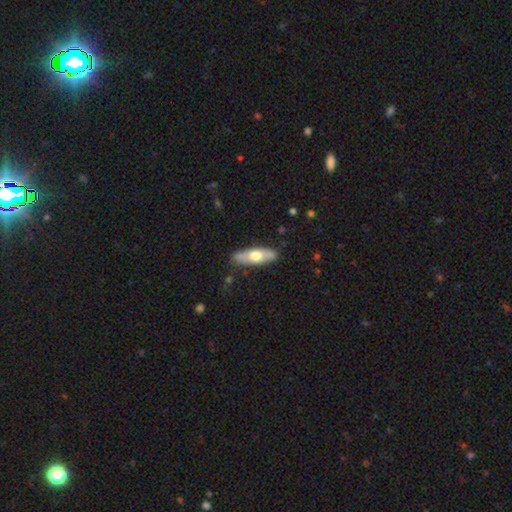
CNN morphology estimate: Q: Smooth or featured?
A: smooth (53%); runner-up: featured or disk (43%)
Q: How rounded?
A: in between (50%); runner-up: cigar-shaped (47%)
Q: Merging?
A: none (85%); runner-up: minor disturbance (11%)